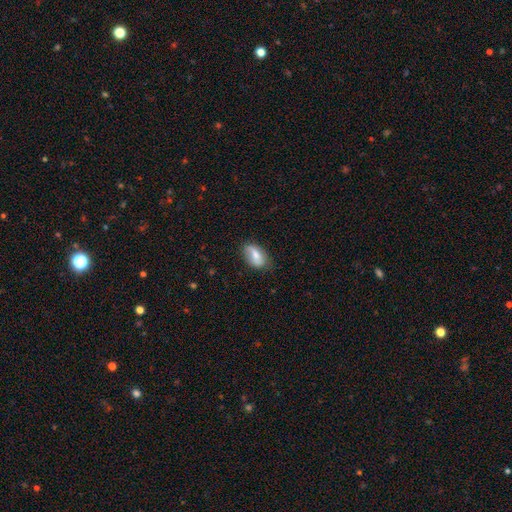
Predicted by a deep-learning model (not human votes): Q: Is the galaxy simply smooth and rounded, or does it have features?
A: smooth — 67%.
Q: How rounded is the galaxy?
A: in between — 90%.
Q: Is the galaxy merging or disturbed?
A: none — 72%.